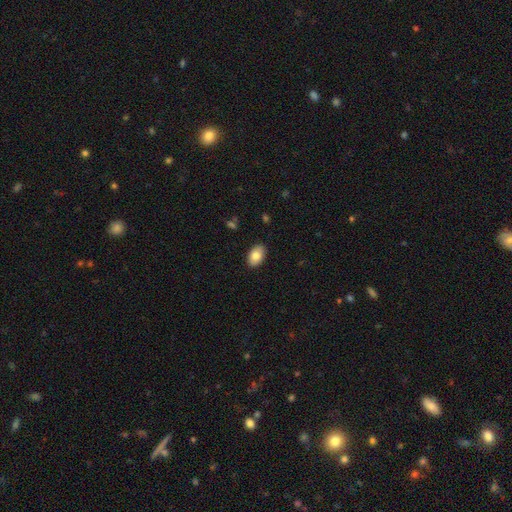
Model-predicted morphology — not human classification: smooth 82%, featured or disk 11%, star or artifact 7%. Down the decision tree: how rounded — in between (92%); merging — none (89%).